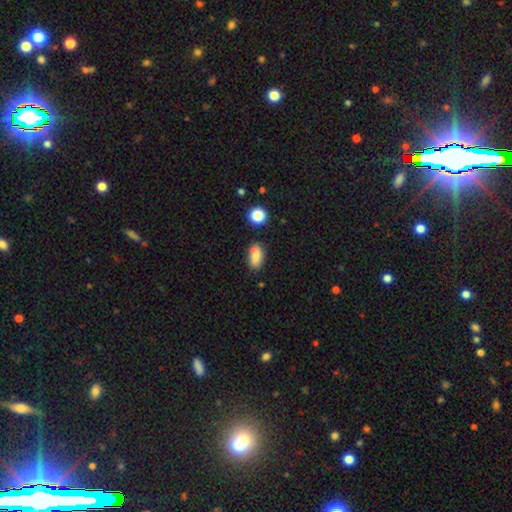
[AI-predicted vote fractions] This appears to be a smooth galaxy with no disk features (79%) that is in between round and cigar-shaped (90%). Merging: none (77%).